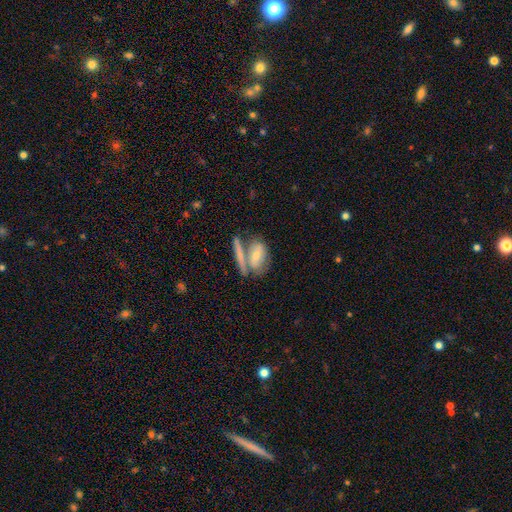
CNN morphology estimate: A smooth galaxy with no disk features (56%) that is in between round and cigar-shaped (74%). Merging: merger (44%).